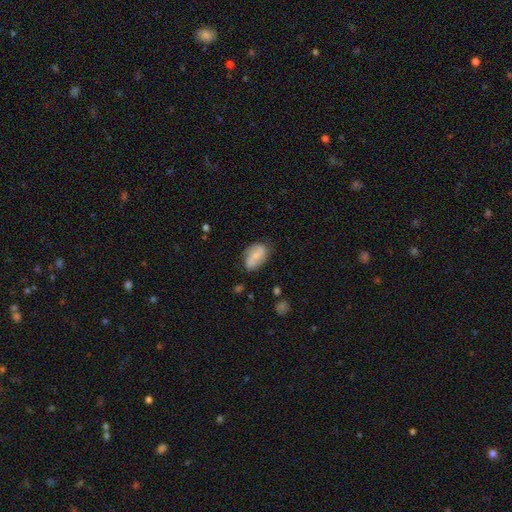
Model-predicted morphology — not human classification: A smooth galaxy with no disk features (57%) that is in between round and cigar-shaped (90%). Merging: none (66%).